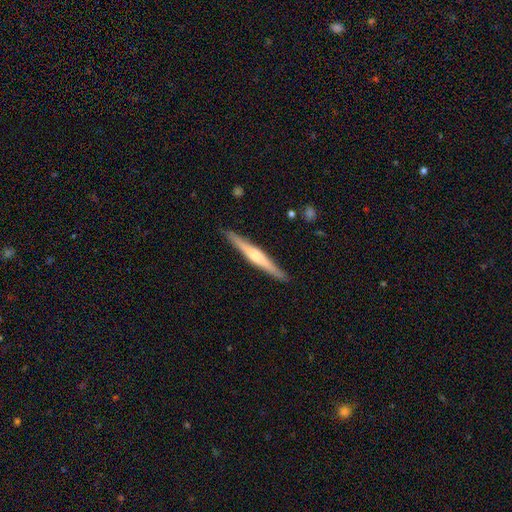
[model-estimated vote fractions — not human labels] A featured or disk galaxy (66%) viewed edge-on (98%) with a rounded central bulge (69%). Merging: none (90%).